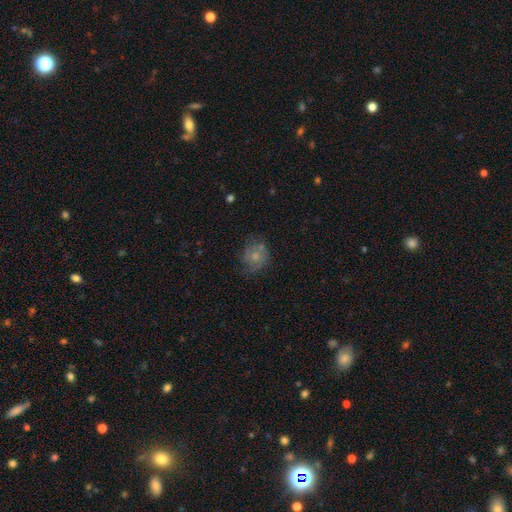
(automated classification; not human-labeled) The model was most divided on "smooth or featured": smooth: 56%, featured or disk: 33%, star or artifact: 11%. More confident: how rounded — round (72%); merging — none (57%).